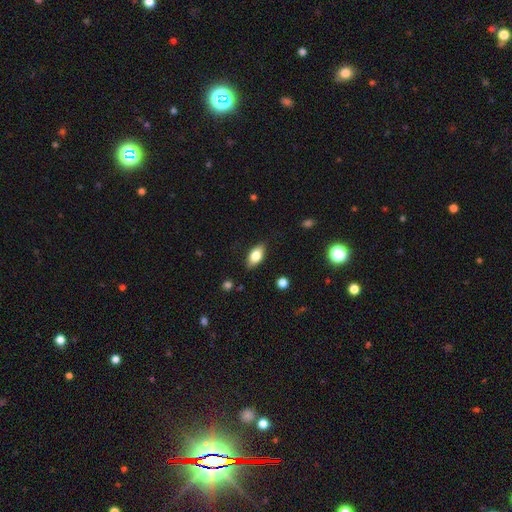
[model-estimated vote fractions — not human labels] The model was most divided on "smooth or featured": smooth: 74%, featured or disk: 18%, star or artifact: 8%. More confident: how rounded — in between (87%); merging — none (84%).